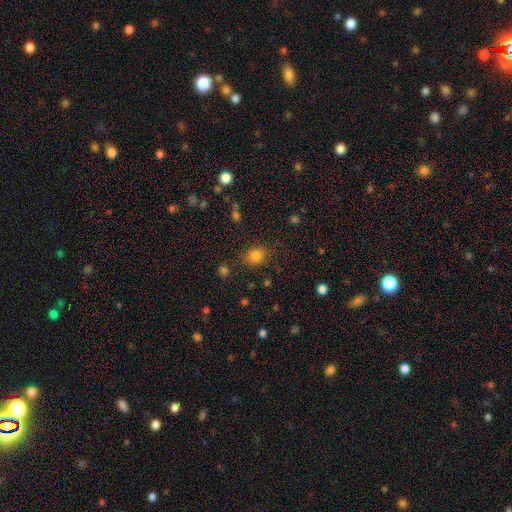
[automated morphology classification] Smooth or featured? smooth (82%)
How rounded? round (70%)
Merging? none (82%)